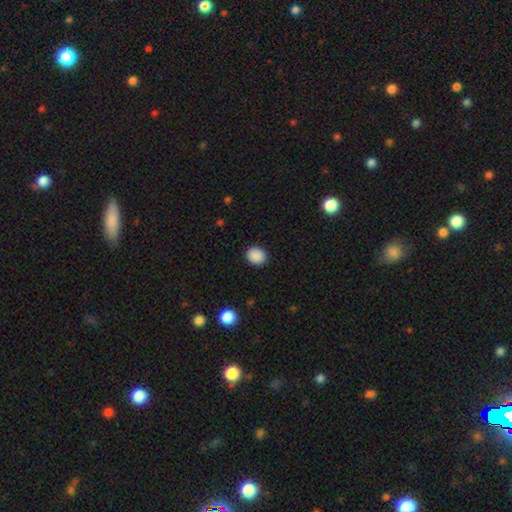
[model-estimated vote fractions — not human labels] smooth 89%, star or artifact 9%, featured or disk 2%. Down the decision tree: how rounded — round (65%); merging — none (90%).